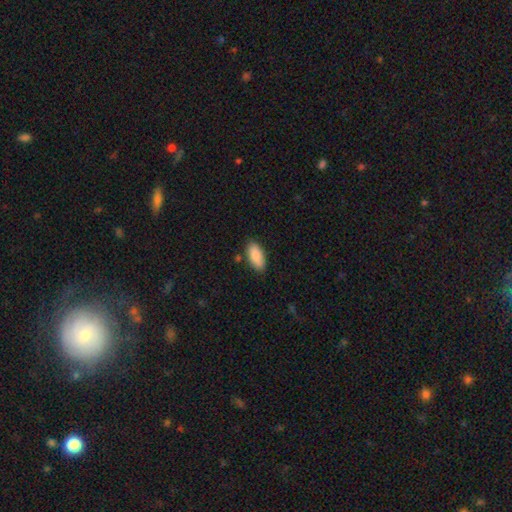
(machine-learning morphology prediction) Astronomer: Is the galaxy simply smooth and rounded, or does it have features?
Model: smooth — 86%.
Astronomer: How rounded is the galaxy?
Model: in between — 90%.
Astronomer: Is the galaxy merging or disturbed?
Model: none — 83%.